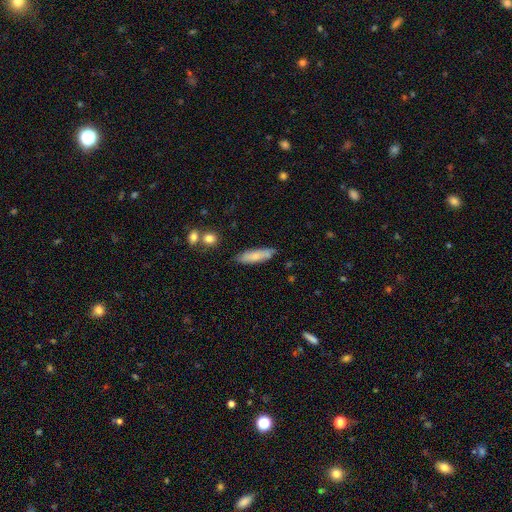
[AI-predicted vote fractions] This is likely a smooth galaxy (73%). How rounded: likely cigar-shaped (62%). Merging: likely none (79%).